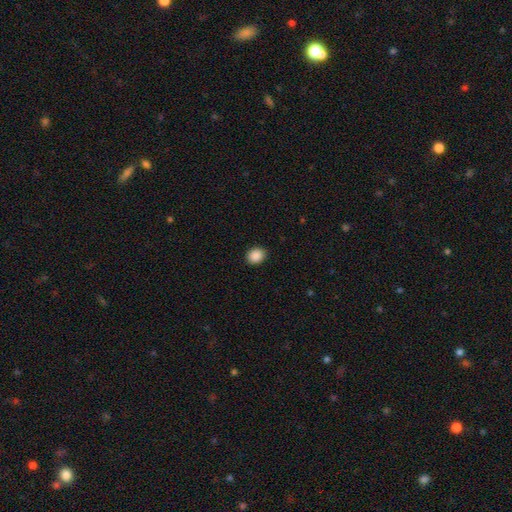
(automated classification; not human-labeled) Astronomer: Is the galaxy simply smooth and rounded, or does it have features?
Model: smooth — 89%.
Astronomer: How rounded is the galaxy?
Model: round — 56% (runner-up: in between, 43%).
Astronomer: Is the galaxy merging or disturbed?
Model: none — 90%.